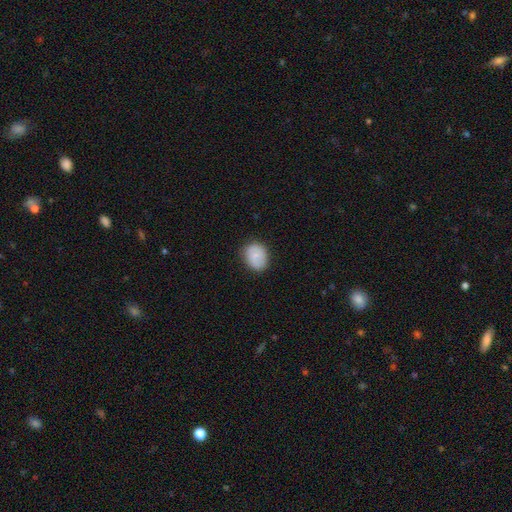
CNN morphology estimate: type=smooth (75%); roundness=round (58%); merging=none (82%).